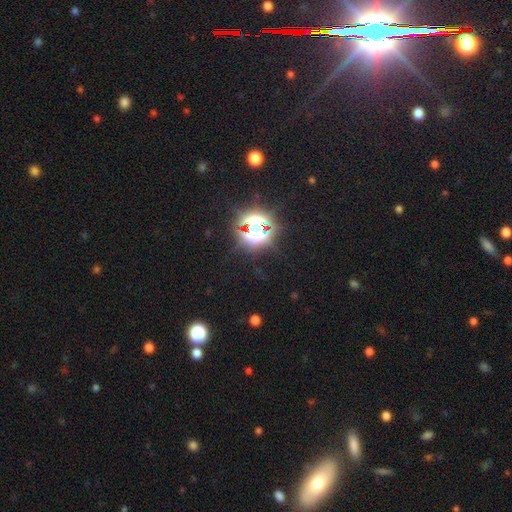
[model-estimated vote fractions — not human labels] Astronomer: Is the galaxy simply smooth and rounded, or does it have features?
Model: star or artifact — 80%.